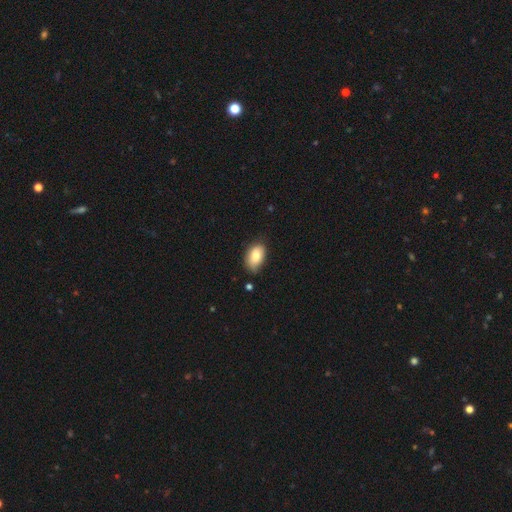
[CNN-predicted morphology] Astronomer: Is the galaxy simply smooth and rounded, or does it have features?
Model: smooth — 81%.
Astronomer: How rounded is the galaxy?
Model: in between — 91%.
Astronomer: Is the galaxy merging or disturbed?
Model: none — 69%.